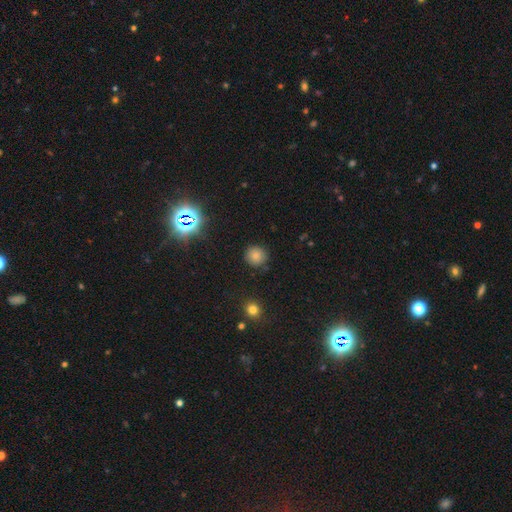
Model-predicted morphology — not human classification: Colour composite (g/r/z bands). It shows a smooth galaxy with no disk features (76%) that is round (92%). Merging: none (87%).